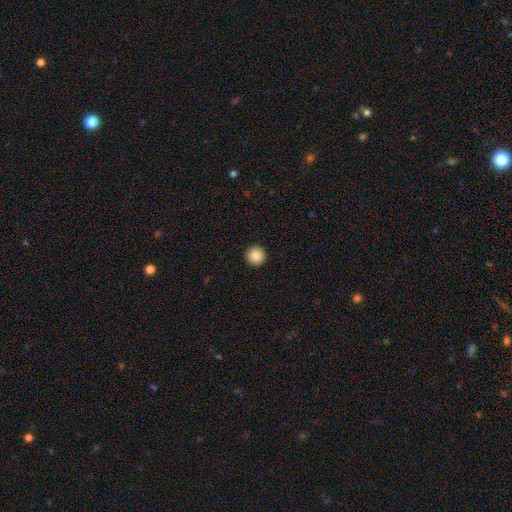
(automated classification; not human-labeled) This appears to be a smooth galaxy with no disk features (87%) that is round (96%). Merging: none (94%).